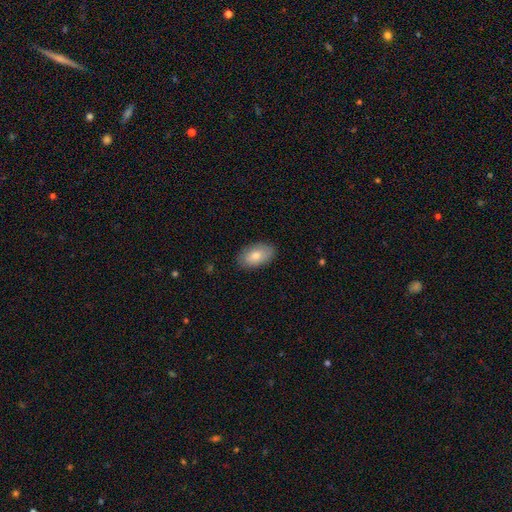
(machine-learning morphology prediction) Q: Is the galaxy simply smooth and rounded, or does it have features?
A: smooth — 76%.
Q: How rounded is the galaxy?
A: in between — 94%.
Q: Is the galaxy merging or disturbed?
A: none — 87%.